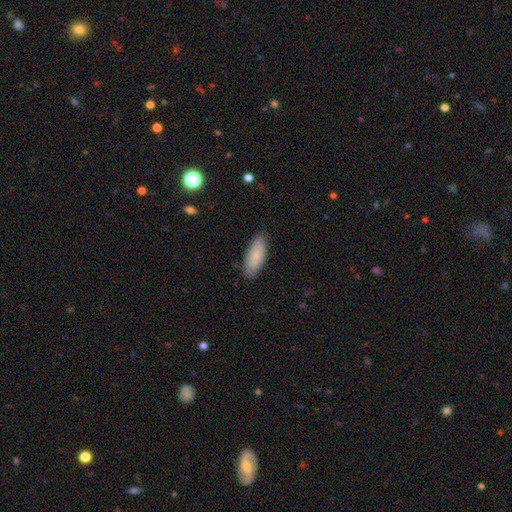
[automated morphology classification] Smooth or featured: smooth — 84% (featured or disk — 10%)
How rounded: in between — 73% (cigar-shaped — 25%)
Merging: none — 83% (minor disturbance — 14%)